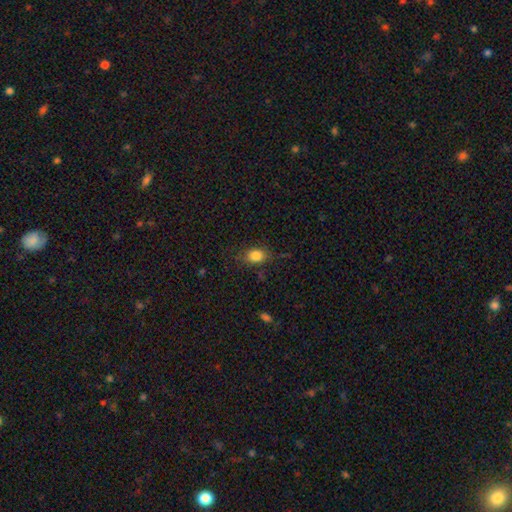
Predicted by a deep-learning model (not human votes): This is clearly a smooth galaxy (84%). How rounded: likely in between (70%). Merging: clearly none (80%).